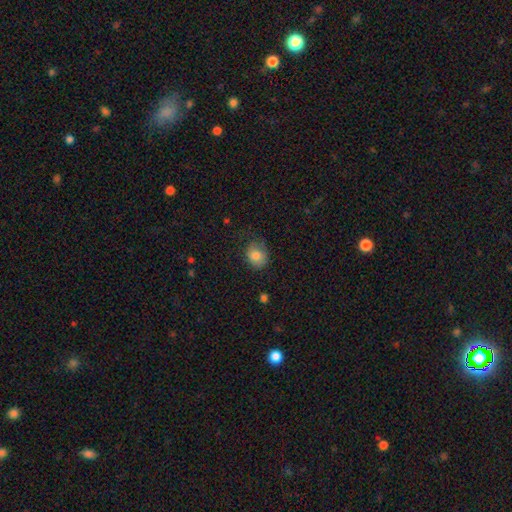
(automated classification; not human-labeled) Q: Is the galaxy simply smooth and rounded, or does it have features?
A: smooth — 80%.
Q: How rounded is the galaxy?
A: round — 60%.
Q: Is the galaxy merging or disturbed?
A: none — 58%.